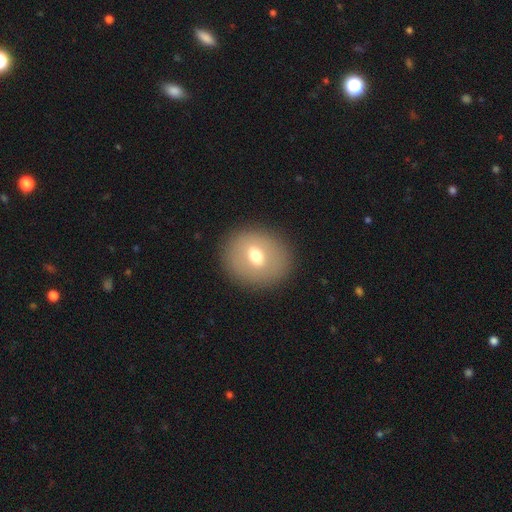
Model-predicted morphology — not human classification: type=smooth (61%); roundness=round (68%); merging=none (87%).